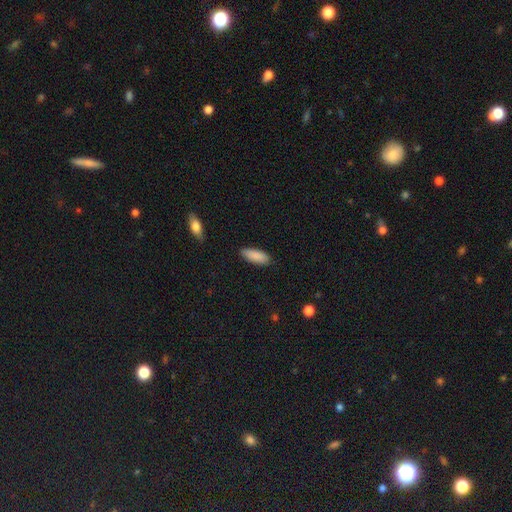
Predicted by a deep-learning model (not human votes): Smooth or featured: smooth — 89% (star or artifact — 6%)
How rounded: in between — 70% (cigar-shaped — 29%)
Merging: none — 85% (minor disturbance — 12%)